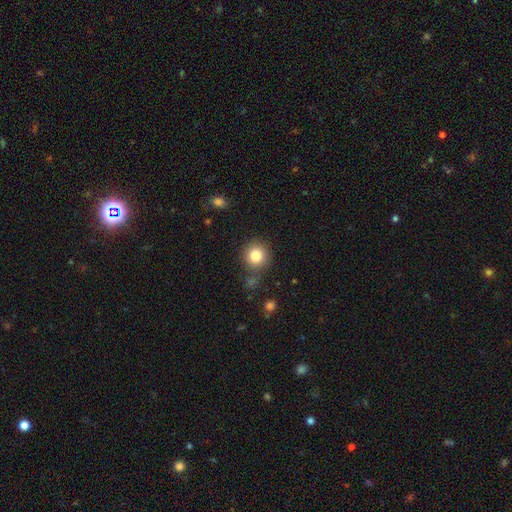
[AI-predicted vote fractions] A smooth galaxy with no disk features (82%) that is round (91%). Merging: none (80%).